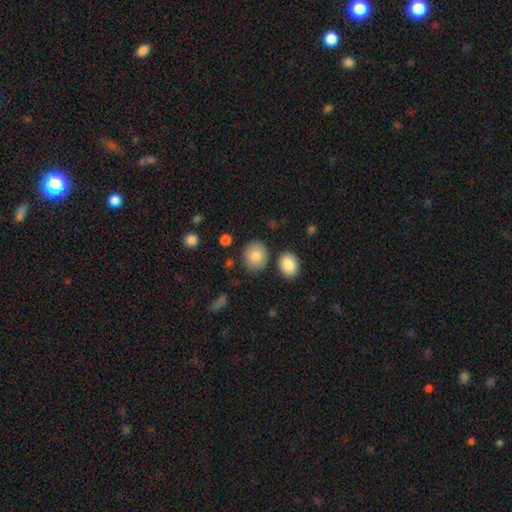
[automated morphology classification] Smooth or featured?
  - smooth: 84% *
  - featured or disk: 8%
  - star or artifact: 8%
How rounded?
  - round: 74% *
  - in between: 25%
  - cigar-shaped: 1%
Merging?
  - none: 81% *
  - minor disturbance: 10%
  - merger: 6%
  - major disturbance: 3%